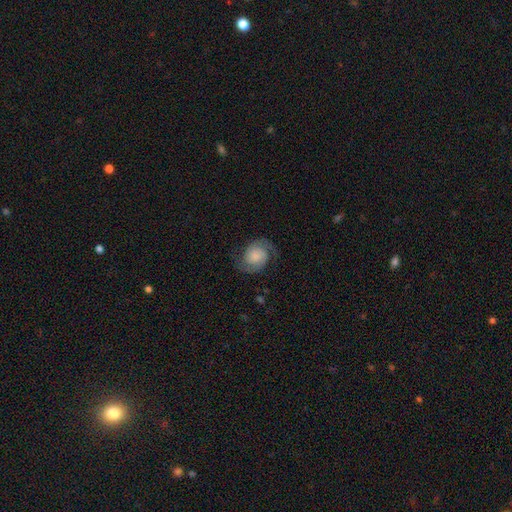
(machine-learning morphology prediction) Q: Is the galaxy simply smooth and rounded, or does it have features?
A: featured or disk — 80%.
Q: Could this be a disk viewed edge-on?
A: no — 98%.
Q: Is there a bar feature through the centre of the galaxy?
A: no — 74%.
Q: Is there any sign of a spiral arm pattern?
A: yes — 97%.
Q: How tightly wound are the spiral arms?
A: medium — 50%.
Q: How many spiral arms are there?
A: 2 — 94%.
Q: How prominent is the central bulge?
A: none — 33%.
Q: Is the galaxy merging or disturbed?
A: none — 79%.